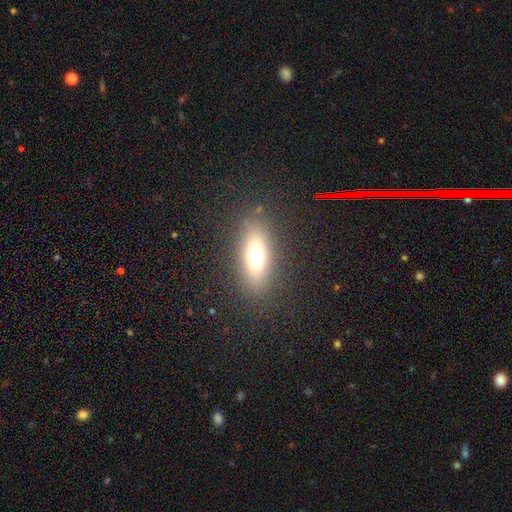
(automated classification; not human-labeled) The model was most divided on "smooth or featured": smooth: 59%, featured or disk: 25%, star or artifact: 16%. More confident: merging — none (85%); how rounded — in between (70%).